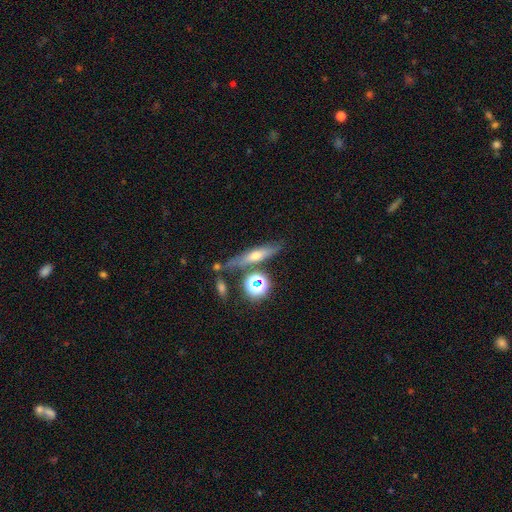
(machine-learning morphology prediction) Smooth or featured?
  - featured or disk: 45% *
  - smooth: 38%
  - star or artifact: 17%
Merging?
  - none: 71% *
  - minor disturbance: 14%
  - merger: 11%
  - major disturbance: 5%